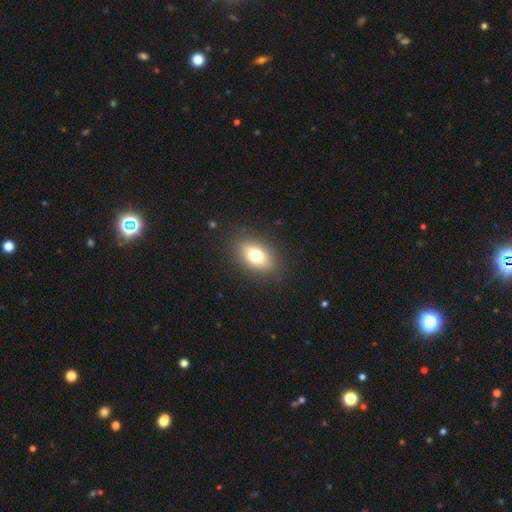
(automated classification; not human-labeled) The model was most divided on "smooth or featured": smooth: 75%, featured or disk: 15%, star or artifact: 9%. More confident: merging — none (87%); how rounded — in between (87%).